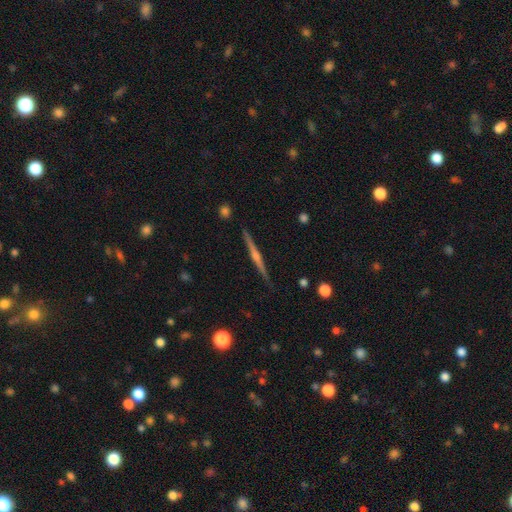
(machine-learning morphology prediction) Smooth or featured?
  - featured or disk: 81% *
  - smooth: 13%
  - star or artifact: 6%
Edge-on disk?
  - yes: 99% *
  - no: 1%
Edge-on bulge?
  - rounded: 80% *
  - none: 12%
  - boxy: 8%
Merging?
  - none: 92% *
  - minor disturbance: 6%
  - major disturbance: 1%
  - merger: 1%